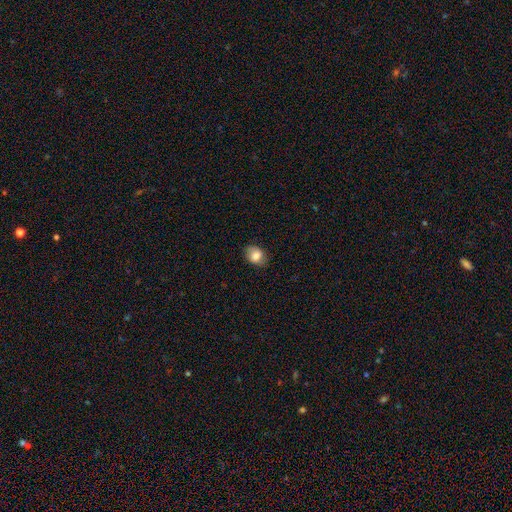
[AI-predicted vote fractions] Overall: smooth (80%). How rounded: in between (61%; round 37%). Merging: none (81%).